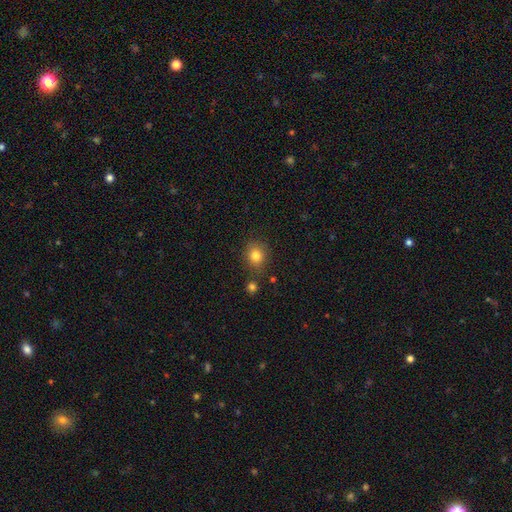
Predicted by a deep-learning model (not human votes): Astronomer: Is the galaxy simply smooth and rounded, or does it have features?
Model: smooth — 82%.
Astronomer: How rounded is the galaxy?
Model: round — 77%.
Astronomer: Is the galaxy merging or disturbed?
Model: none — 79%.